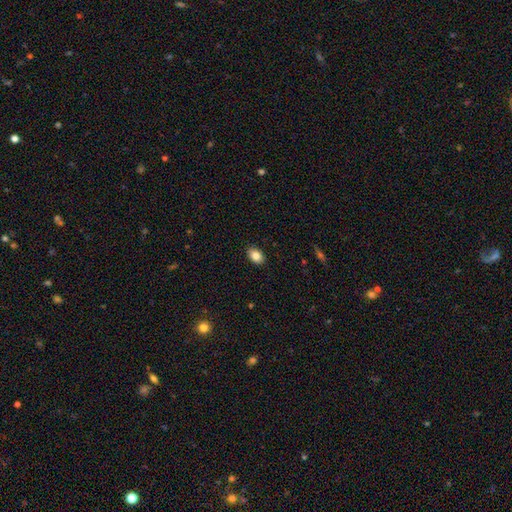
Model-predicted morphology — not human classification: A smooth galaxy with no disk features (85%) that is in between round and cigar-shaped (84%).

Vote fractions:
- Smooth or featured? smooth: 85% / star or artifact: 8% / featured or disk: 6%
- How rounded? in between: 84% / round: 15% / cigar-shaped: 1%
- Merging? none: 89% / minor disturbance: 8% / major disturbance: 2% / merger: 1%